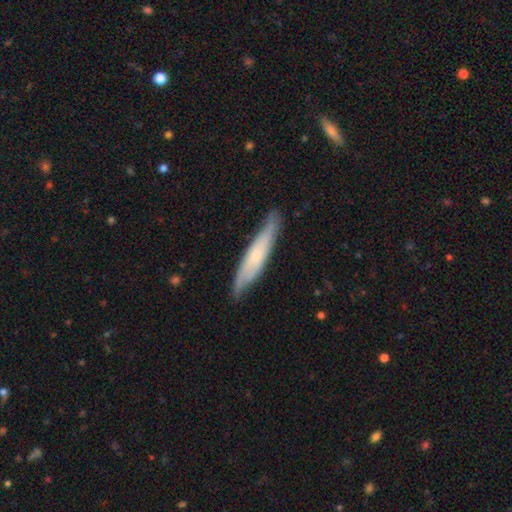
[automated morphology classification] This appears to be a featured or disk galaxy (52%) viewed edge-on (62%). Merging: none (77%).